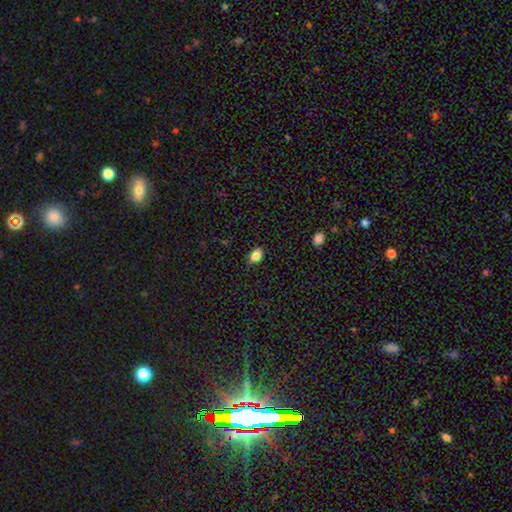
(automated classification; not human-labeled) A smooth galaxy with no disk features (84%) that is in between round and cigar-shaped (79%). Merging: none (87%).